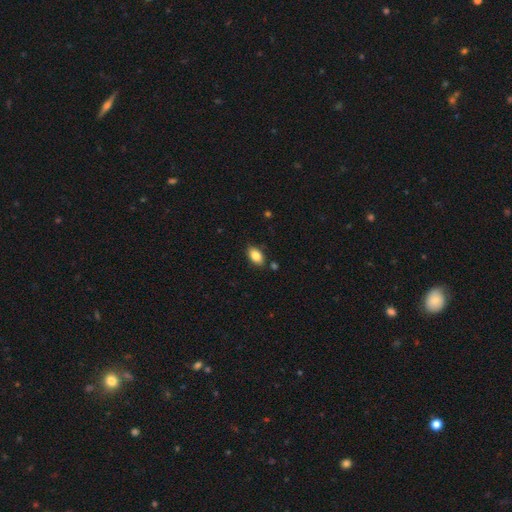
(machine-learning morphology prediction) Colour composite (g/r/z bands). It shows a smooth galaxy with no disk features (85%) that is in between round and cigar-shaped (91%). Merging: none (84%).